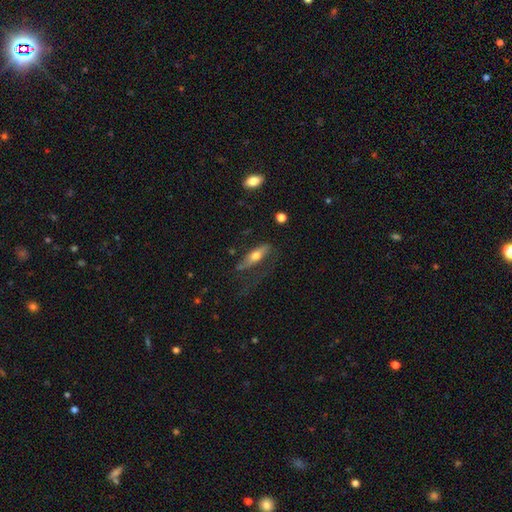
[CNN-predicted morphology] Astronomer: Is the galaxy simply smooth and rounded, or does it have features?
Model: smooth — 53% (runner-up: featured or disk, 40%).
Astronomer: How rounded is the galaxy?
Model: in between — 49% (runner-up: cigar-shaped, 48%).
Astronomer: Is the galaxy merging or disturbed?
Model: none — 48% (runner-up: minor disturbance, 24%).